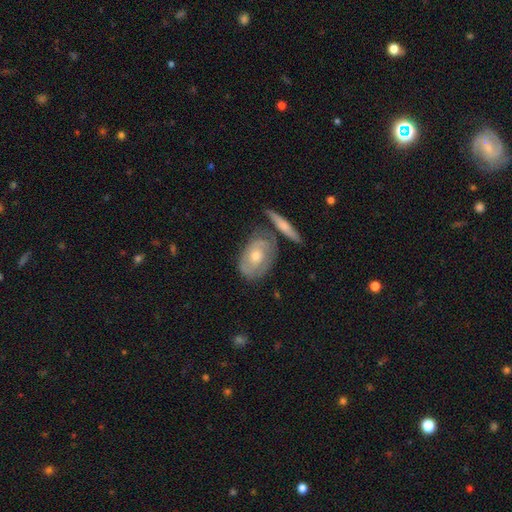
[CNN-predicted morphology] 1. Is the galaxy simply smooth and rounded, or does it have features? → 62% featured or disk, 31% smooth, 7% star or artifact.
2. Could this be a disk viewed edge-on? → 86% no, 14% yes.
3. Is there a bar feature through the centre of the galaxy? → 77% no, 19% weak, 4% strong.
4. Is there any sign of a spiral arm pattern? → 68% yes, 32% no.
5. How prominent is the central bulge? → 60% moderate, 34% small, 4% large, 1% none, 1% dominant.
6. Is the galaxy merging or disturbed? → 61% none, 19% minor disturbance, 14% merger, 6% major disturbance.